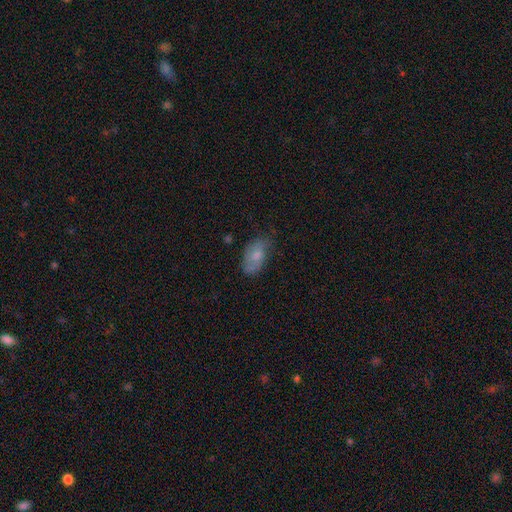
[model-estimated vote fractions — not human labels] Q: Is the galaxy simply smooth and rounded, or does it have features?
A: smooth — 67%.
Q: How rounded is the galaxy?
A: in between — 92%.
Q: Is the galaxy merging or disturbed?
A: none — 61%.